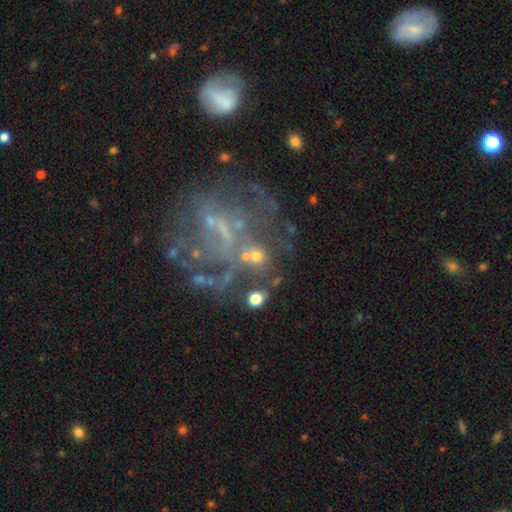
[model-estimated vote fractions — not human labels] This appears to be a smooth galaxy with no disk features (43%). Merging: none (54%).